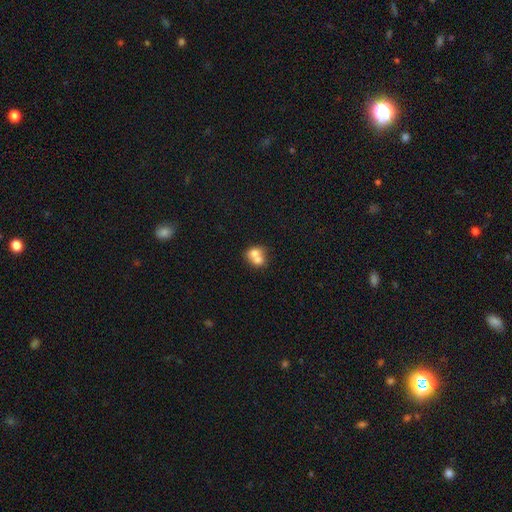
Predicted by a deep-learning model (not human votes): smooth 68%, featured or disk 23%, star or artifact 9%. Down the decision tree: how rounded — round (58%); merging — merger (70%).